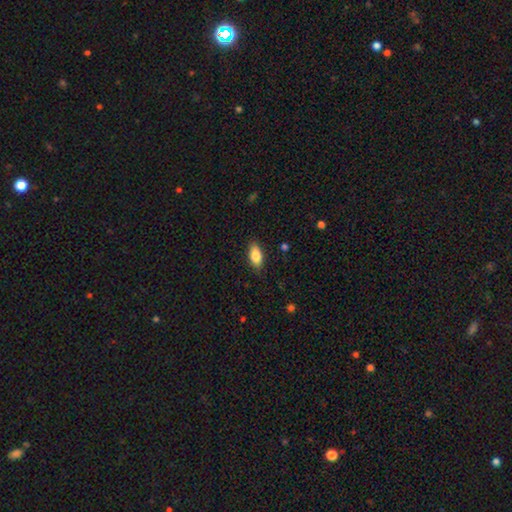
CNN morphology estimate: Smooth or featured? smooth (83%)
How rounded? in between (88%)
Merging? none (85%)